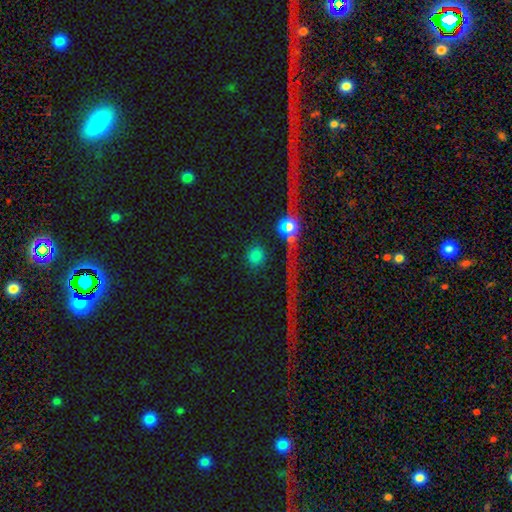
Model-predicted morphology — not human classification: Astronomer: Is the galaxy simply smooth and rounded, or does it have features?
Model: smooth — 70%.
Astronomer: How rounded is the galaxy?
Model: round — 87%.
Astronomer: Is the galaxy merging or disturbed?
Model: none — 81%.